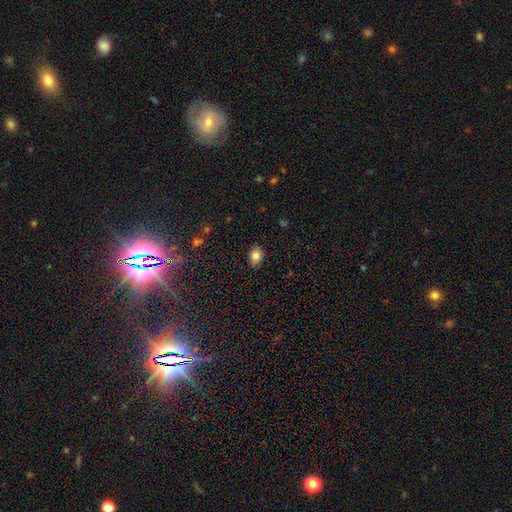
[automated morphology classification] Smooth or featured: smooth — 82% (star or artifact — 10%)
How rounded: in between — 60% (round — 39%)
Merging: none — 86% (minor disturbance — 11%)